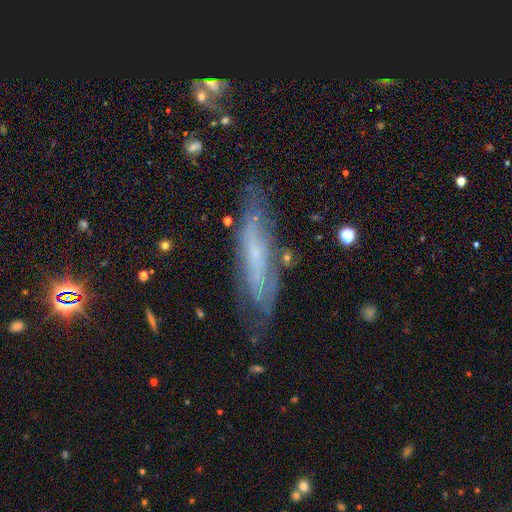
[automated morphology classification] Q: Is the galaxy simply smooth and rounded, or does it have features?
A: featured or disk — 62%.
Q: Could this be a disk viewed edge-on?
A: no — 50%, tied with yes.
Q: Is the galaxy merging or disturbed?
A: none — 70%.